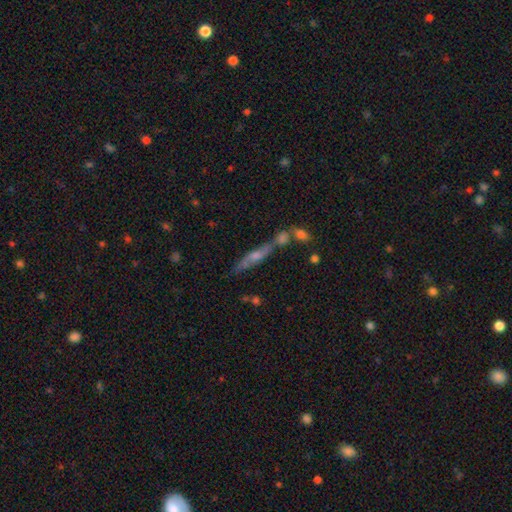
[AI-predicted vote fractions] Smooth or featured? Predicted: featured or disk (p=0.59). Edge-on disk? Predicted: yes (p=0.80). Merging? Predicted: none (p=0.56).